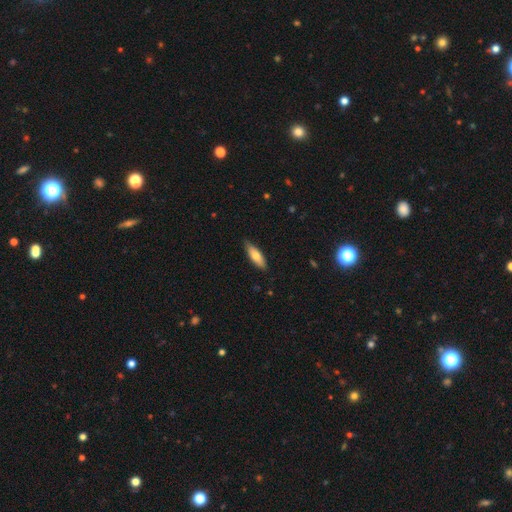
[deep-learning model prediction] This is likely a smooth galaxy (69%). How rounded: possibly in between (50%). Merging: clearly none (86%).